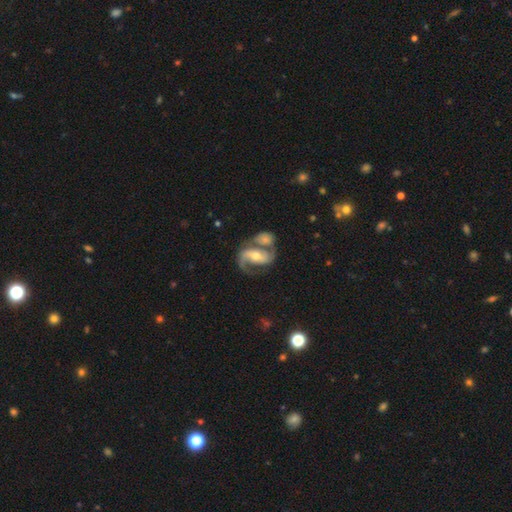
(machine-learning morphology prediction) type=featured or disk (86%); edge-on=no (96%); bar=strong (38%); spiral arms=yes (96%); winding=medium (52%); arm count=2 (87%); bulge=moderate (58%); merging=none (47%).